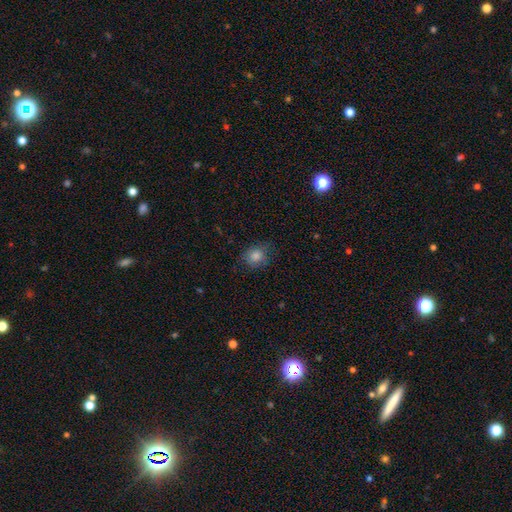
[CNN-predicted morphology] type=smooth (80%); roundness=round (69%); merging=none (74%).